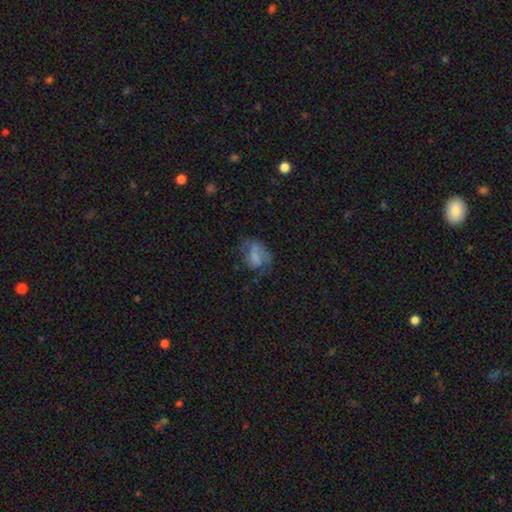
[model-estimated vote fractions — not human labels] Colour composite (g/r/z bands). It shows a smooth galaxy with no disk features (55%) that is in between round and cigar-shaped (73%). Merging: none (42%).